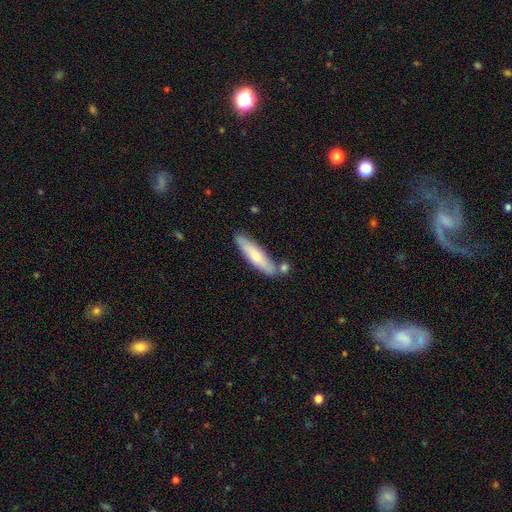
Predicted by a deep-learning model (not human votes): A smooth galaxy with no disk features (64%) that is cigar-shaped (77%).

Vote fractions:
- Smooth or featured? smooth: 64% / featured or disk: 31% / star or artifact: 5%
- How rounded? cigar-shaped: 77% / in between: 22% / round: 1%
- Merging? none: 73% / minor disturbance: 14% / merger: 11% / major disturbance: 3%